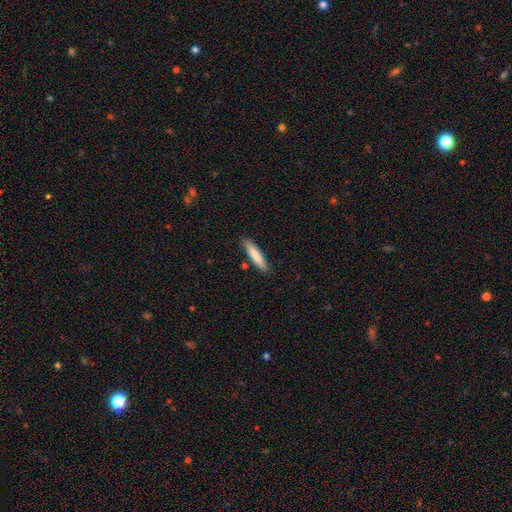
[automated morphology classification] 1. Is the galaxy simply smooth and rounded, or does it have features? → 81% smooth, 13% featured or disk, 6% star or artifact.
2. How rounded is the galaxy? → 87% cigar-shaped, 12% in between, 1% round.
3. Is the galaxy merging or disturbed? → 87% none, 9% minor disturbance, 2% merger, 2% major disturbance.